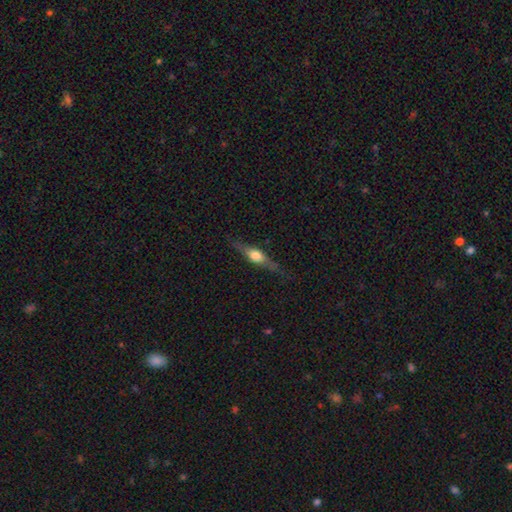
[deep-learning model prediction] smooth-or-featured: featured or disk: 62% | smooth: 32% | star or artifact: 6%
  disk-edge-on: yes: 94% | no: 6%
    edge-on-bulge: rounded: 92% | boxy: 6% | none: 3%
  merging: none: 81% | minor disturbance: 14% | major disturbance: 4% | merger: 1%